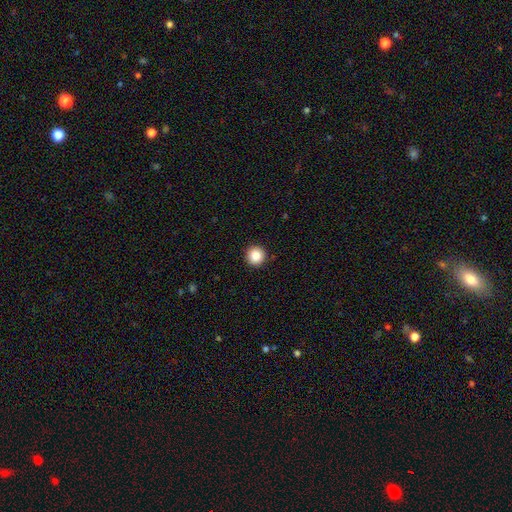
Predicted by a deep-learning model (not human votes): Smooth or featured? Predicted: smooth (p=0.85). How rounded? Predicted: round (p=0.96). Merging? Predicted: none (p=0.93).